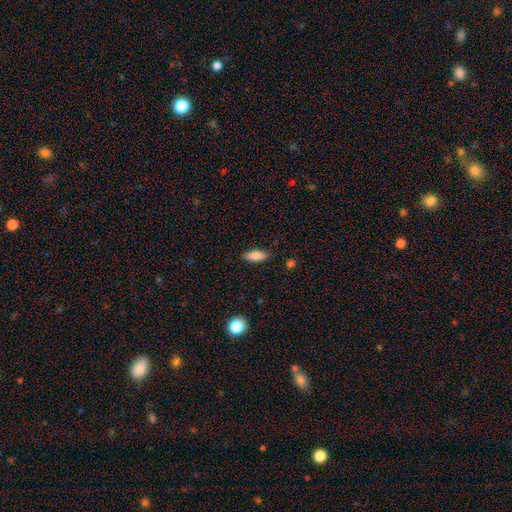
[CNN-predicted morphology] The model was most divided on "how rounded": in between: 73%, cigar-shaped: 24%, round: 3%. More confident: merging — none (84%); smooth or featured — smooth (82%).